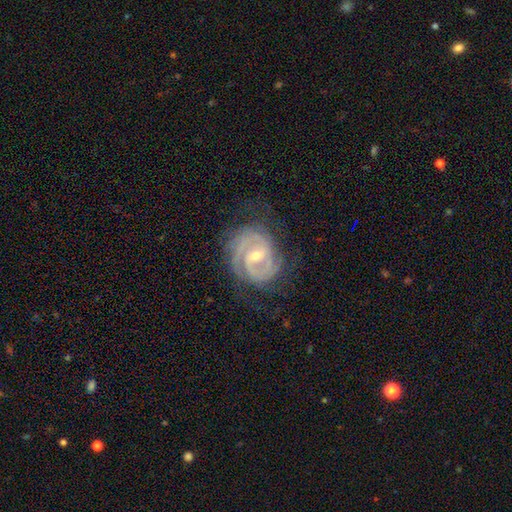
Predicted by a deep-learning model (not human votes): Smooth or featured? Predicted: featured or disk (p=0.90). Edge-on disk? Predicted: no (p=0.97). Bar? Predicted: weak (p=0.49). Spiral arms? Predicted: yes (p=0.98). Spiral winding? Predicted: tight (p=0.63). Spiral arm count? Predicted: 2 (p=0.49). Bulge size? Predicted: small (p=0.50). Merging? Predicted: none (p=0.71).